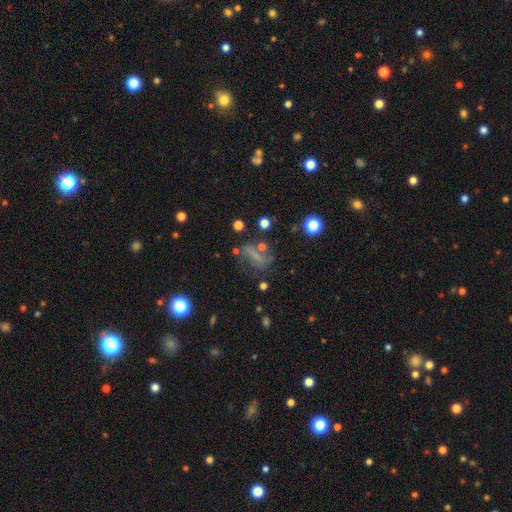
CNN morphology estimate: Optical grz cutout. It shows a smooth galaxy with no disk features (44%). Merging: none (54%).